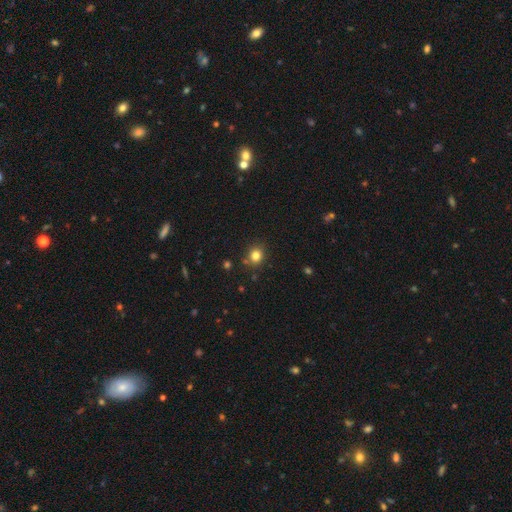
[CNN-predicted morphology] A smooth galaxy with no disk features (81%) that is round (79%). Merging: none (81%).